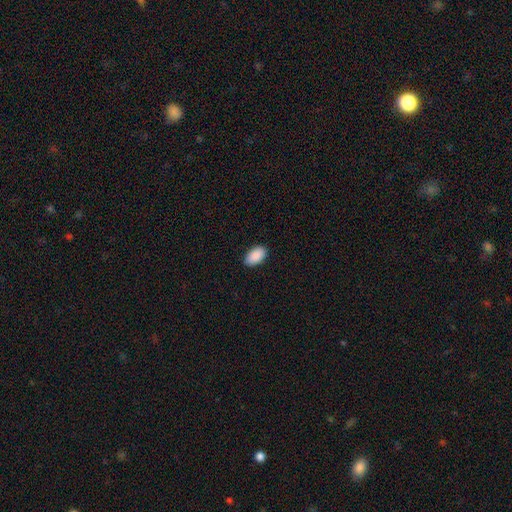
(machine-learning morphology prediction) Smooth or featured? smooth (90%)
How rounded? in between (95%)
Merging? none (87%)